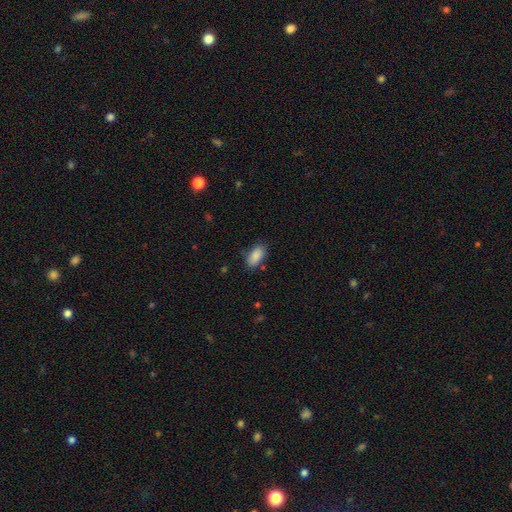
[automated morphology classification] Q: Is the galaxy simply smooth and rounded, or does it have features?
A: smooth — 88%.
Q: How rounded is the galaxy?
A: in between — 93%.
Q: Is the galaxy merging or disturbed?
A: none — 79%.